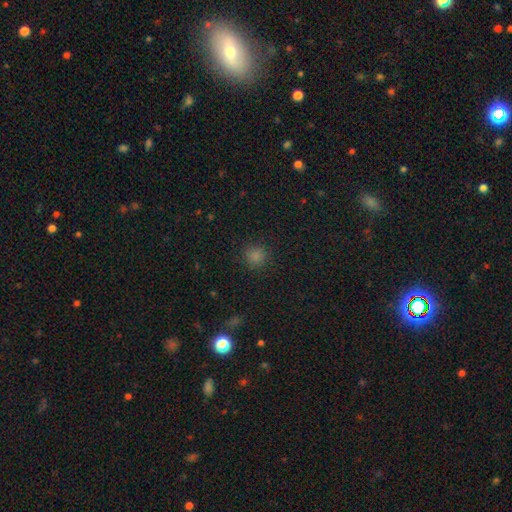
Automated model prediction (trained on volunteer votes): This appears to be a smooth galaxy with no disk features (81%) that is round (89%). Merging: none (87%).